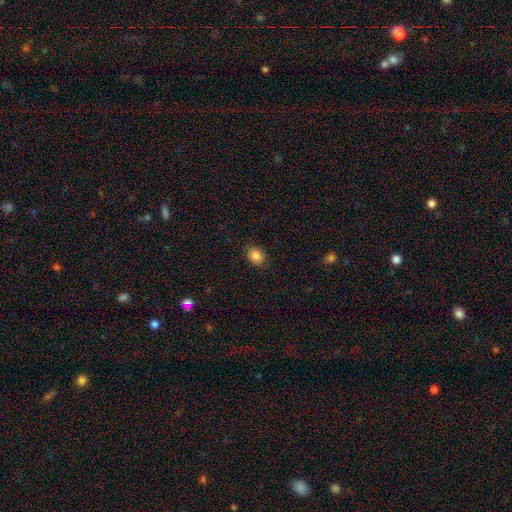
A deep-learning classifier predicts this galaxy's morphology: smooth 86%, star or artifact 10%, featured or disk 4%. Down the decision tree: how rounded — in between (52%); merging — none (87%).